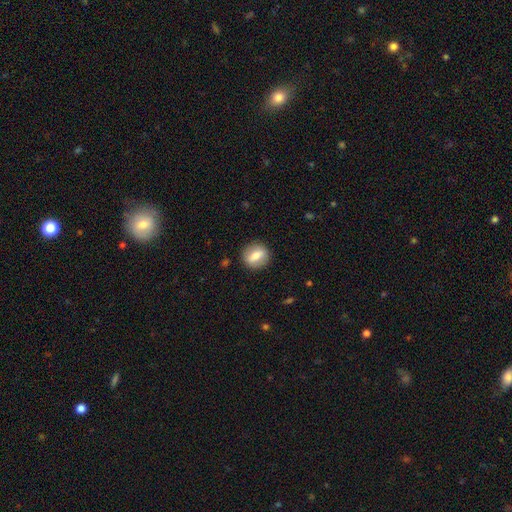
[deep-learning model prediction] A smooth galaxy with no disk features (67%) that is round (66%).

Vote fractions:
- Smooth or featured? smooth: 67% / featured or disk: 25% / star or artifact: 7%
- How rounded? round: 66% / in between: 31% / cigar-shaped: 3%
- Merging? none: 88% / minor disturbance: 8% / major disturbance: 3% / merger: 1%